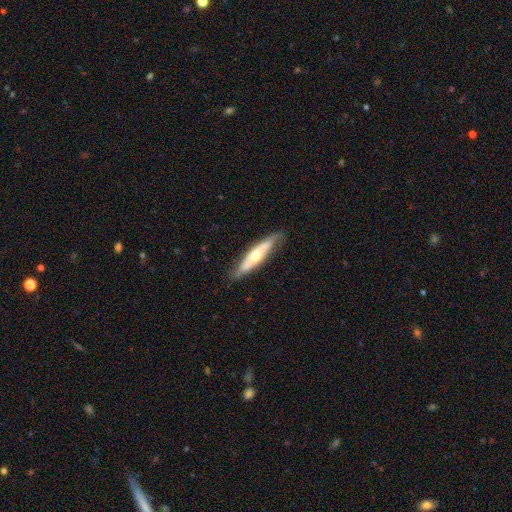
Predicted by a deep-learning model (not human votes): Morphology: type=featured or disk (53%); edge-on=yes (75%); merging=none (80%).